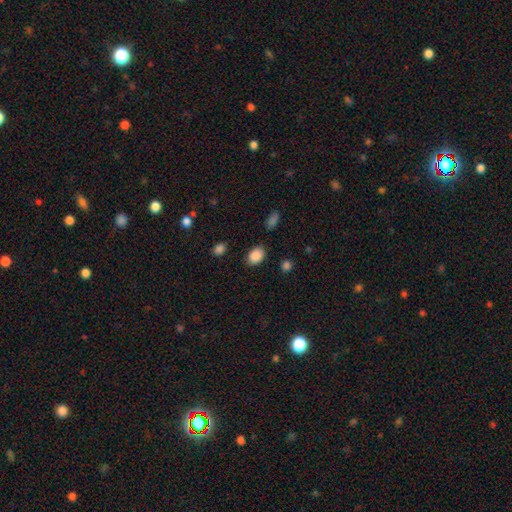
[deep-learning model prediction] The model was most divided on "how rounded": in between: 76%, round: 23%, cigar-shaped: 1%. More confident: smooth or featured — smooth (88%); merging — none (83%).